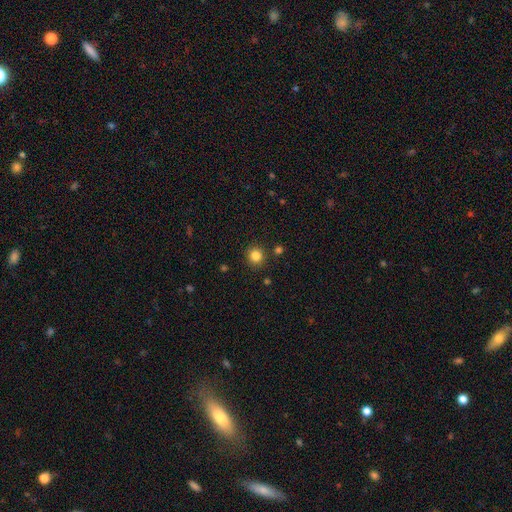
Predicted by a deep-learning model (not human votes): Smooth or featured? Predicted: smooth (p=0.83). How rounded? Predicted: round (p=0.90). Merging? Predicted: none (p=0.89).